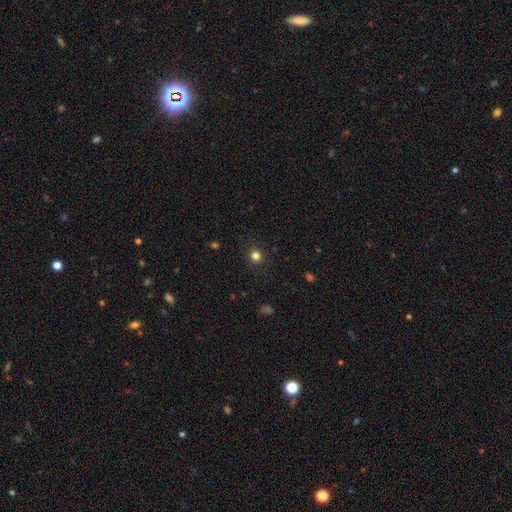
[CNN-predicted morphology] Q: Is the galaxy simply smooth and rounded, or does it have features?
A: smooth — 80%.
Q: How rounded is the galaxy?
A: round — 89%.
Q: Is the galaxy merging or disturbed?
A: none — 90%.